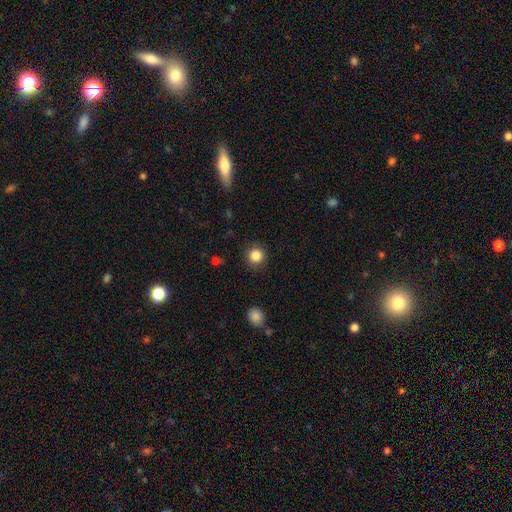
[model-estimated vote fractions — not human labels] Overall: smooth (85%). How rounded: round (94%). Merging: none (90%).